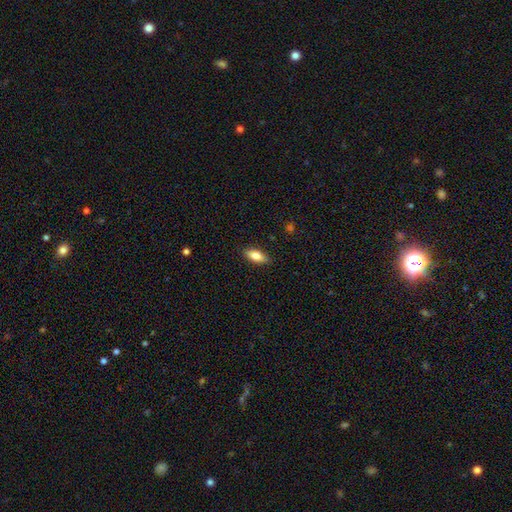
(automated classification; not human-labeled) The model was most divided on "how rounded": in between: 79%, cigar-shaped: 18%, round: 3%. More confident: merging — none (88%); smooth or featured — smooth (78%).